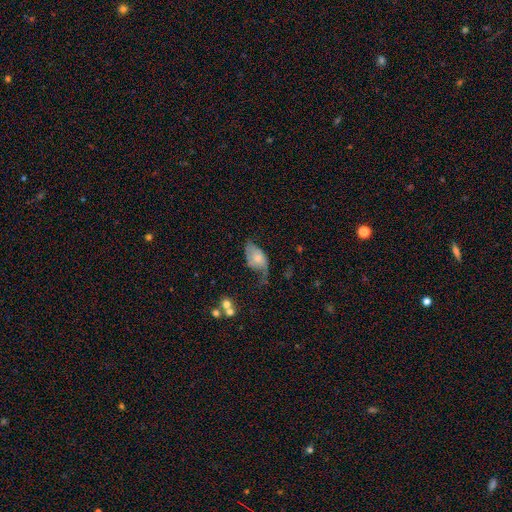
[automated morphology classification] Smooth or featured? Predicted: featured or disk (p=0.53). Edge-on disk? Predicted: no (p=0.94). Merging? Predicted: major disturbance (p=0.34).